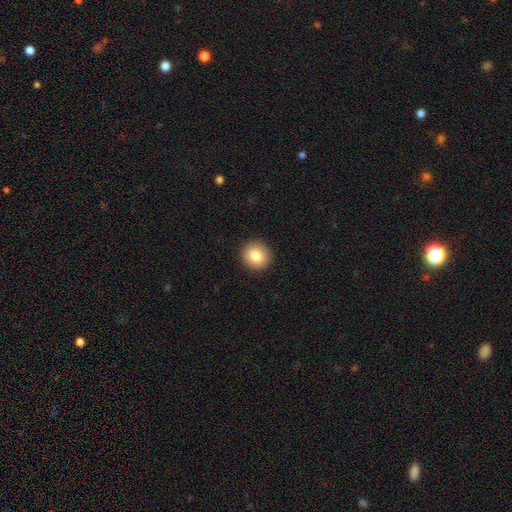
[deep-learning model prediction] The model was most divided on "smooth or featured": smooth: 83%, star or artifact: 9%, featured or disk: 8%. More confident: merging — none (92%); how rounded — round (89%).